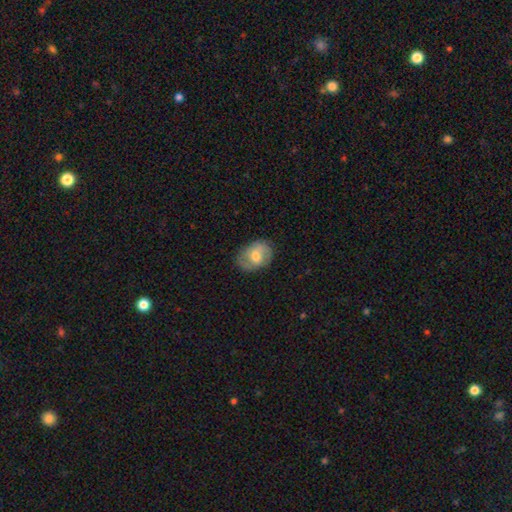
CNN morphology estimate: A smooth galaxy with no disk features (51%) that is in between round and cigar-shaped (69%).

Vote fractions:
- Smooth or featured? smooth: 51% / featured or disk: 42% / star or artifact: 7%
- How rounded? in between: 69% / round: 30% / cigar-shaped: 1%
- Merging? none: 76% / minor disturbance: 18% / major disturbance: 5% / merger: 1%